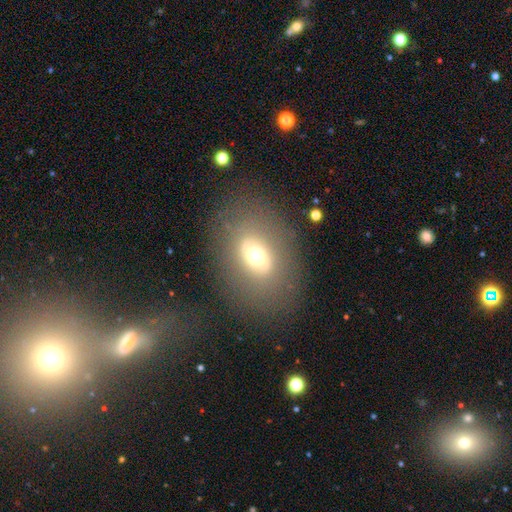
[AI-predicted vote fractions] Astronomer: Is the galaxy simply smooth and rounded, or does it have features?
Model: smooth — 56%.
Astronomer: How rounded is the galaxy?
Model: in between — 62%.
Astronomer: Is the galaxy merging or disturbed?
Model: none — 79%.